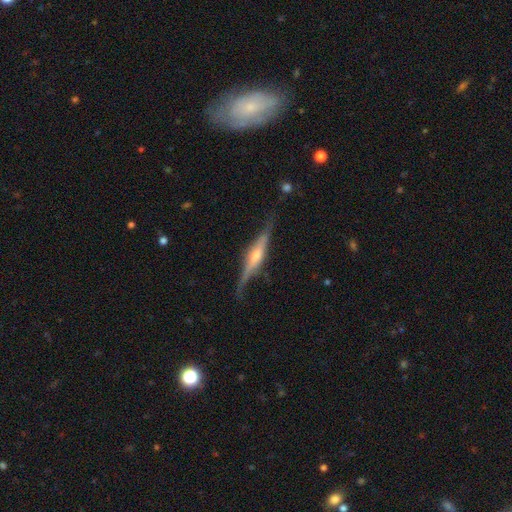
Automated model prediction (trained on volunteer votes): Q: Smooth or featured?
A: featured or disk (79%); runner-up: smooth (16%)
Q: Edge-on disk?
A: yes (95%); runner-up: no (5%)
Q: Edge-on bulge?
A: rounded (76%); runner-up: boxy (17%)
Q: Merging?
A: none (75%); runner-up: minor disturbance (18%)